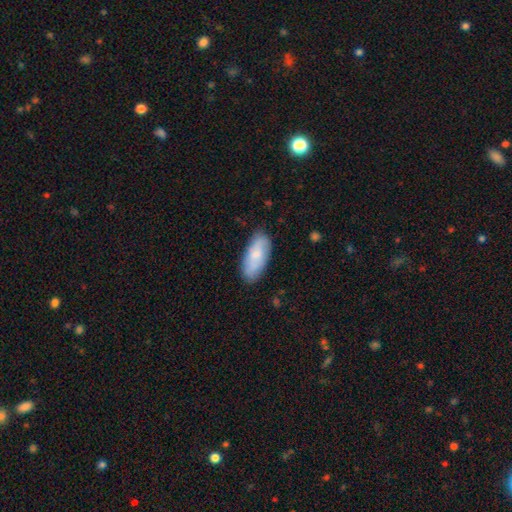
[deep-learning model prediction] smooth 69%, featured or disk 25%, star or artifact 6%. Down the decision tree: how rounded — in between (88%); merging — none (82%).